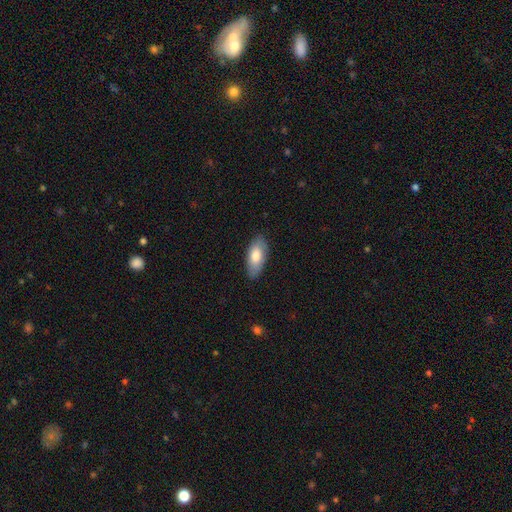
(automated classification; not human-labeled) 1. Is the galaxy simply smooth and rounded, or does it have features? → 77% smooth, 17% featured or disk, 5% star or artifact.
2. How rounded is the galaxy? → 89% in between, 9% cigar-shaped, 2% round.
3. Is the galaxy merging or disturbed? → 83% none, 14% minor disturbance, 2% major disturbance, 1% merger.